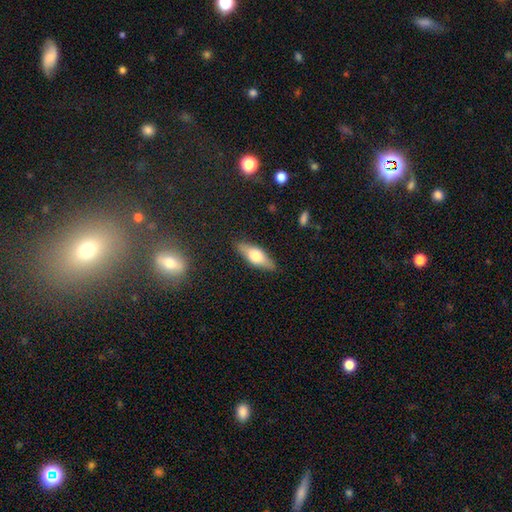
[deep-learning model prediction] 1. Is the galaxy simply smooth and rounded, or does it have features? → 55% smooth, 39% featured or disk, 7% star or artifact.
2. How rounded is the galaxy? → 60% in between, 37% cigar-shaped, 3% round.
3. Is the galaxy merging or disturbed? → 87% none, 10% minor disturbance, 2% major disturbance, 1% merger.